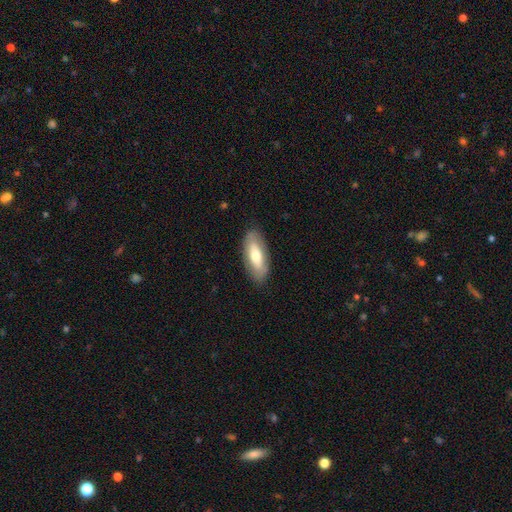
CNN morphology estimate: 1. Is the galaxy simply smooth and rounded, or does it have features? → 61% smooth, 33% featured or disk, 6% star or artifact.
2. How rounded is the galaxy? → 77% in between, 21% cigar-shaped, 2% round.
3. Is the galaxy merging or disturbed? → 84% none, 12% minor disturbance, 3% major disturbance, 1% merger.